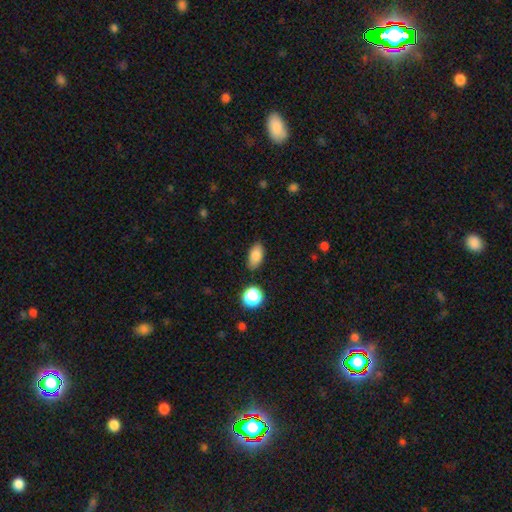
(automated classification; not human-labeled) This appears to be a smooth galaxy with no disk features (84%) that is in between round and cigar-shaped (89%). Merging: none (85%).